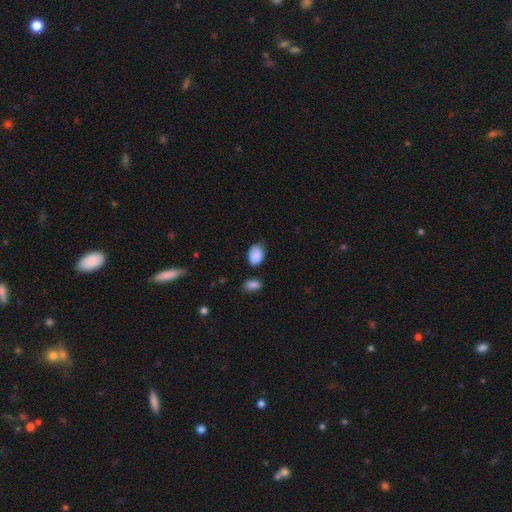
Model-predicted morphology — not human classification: A smooth galaxy with no disk features (88%) that is in between round and cigar-shaped (86%). Merging: none (68%).